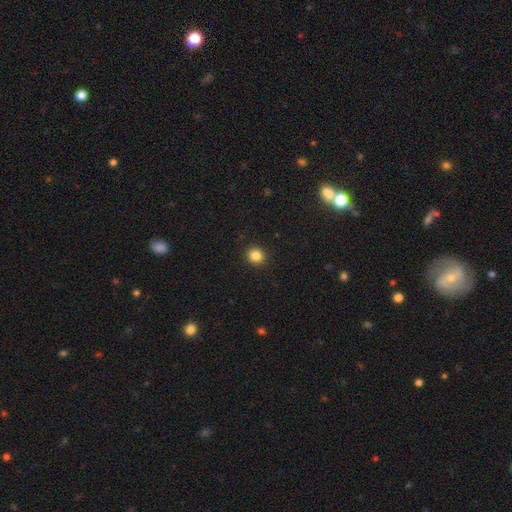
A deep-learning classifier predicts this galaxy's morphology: Overall: smooth (85%). How rounded: round (86%). Merging: none (92%).